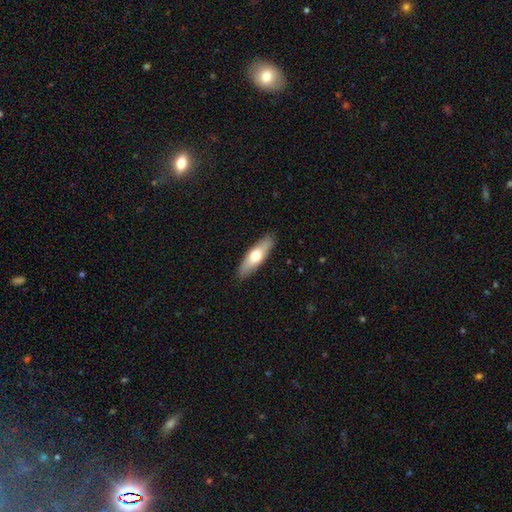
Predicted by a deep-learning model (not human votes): smooth_or_featured: smooth (p=0.63) [alt: featured or disk p=0.32]
how_rounded: cigar-shaped (p=0.50) [alt: in between p=0.48]
merging: none (p=0.89) [alt: minor disturbance p=0.08]